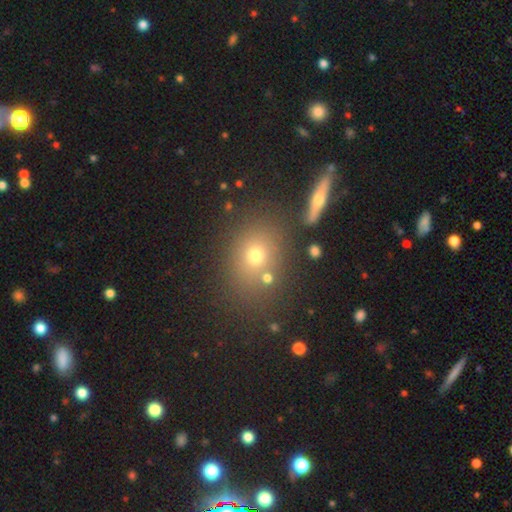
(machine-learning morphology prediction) Overall: smooth (66%). How rounded: round (56%; in between 41%). Merging: none (74%).